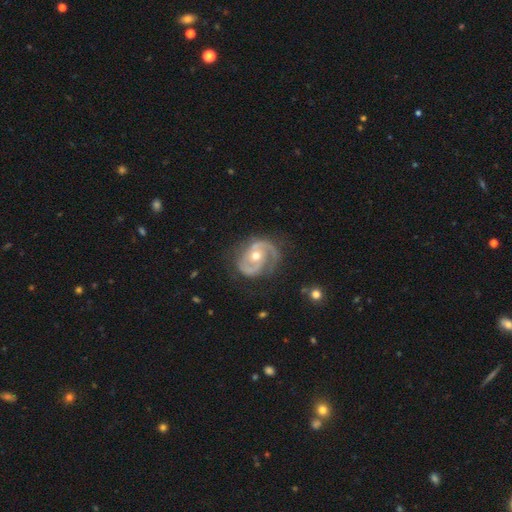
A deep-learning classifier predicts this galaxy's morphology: Smooth or featured? Predicted: featured or disk (p=0.89). Edge-on disk? Predicted: no (p=0.98). Bar? Predicted: no (p=0.61). Spiral arms? Predicted: yes (p=0.96). Spiral winding? Predicted: medium (p=0.47). Spiral arm count? Predicted: 2 (p=0.80). Bulge size? Predicted: moderate (p=0.69). Merging? Predicted: none (p=0.69).